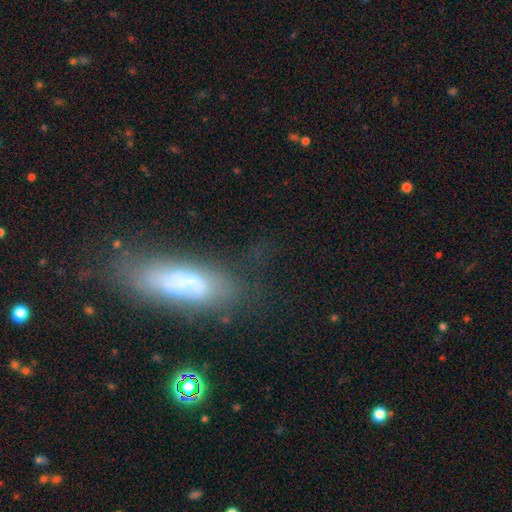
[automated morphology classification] smooth_or_featured: smooth (p=0.49) [alt: featured or disk p=0.37]
merging: none (p=0.58) [alt: minor disturbance p=0.23]